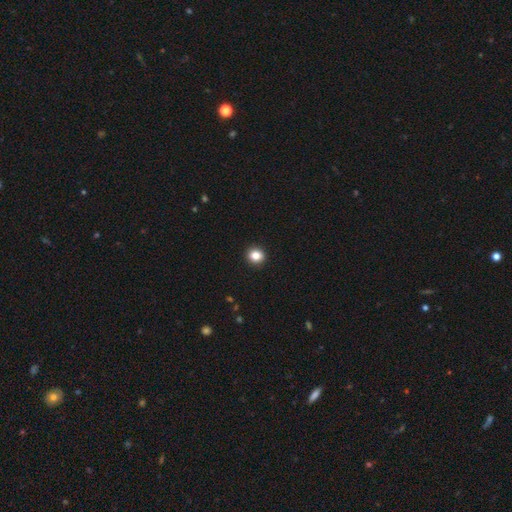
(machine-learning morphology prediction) smooth_or_featured: smooth (p=0.84) [alt: star or artifact p=0.11]
how_rounded: round (p=0.84) [alt: in between p=0.15]
merging: none (p=0.93) [alt: minor disturbance p=0.04]